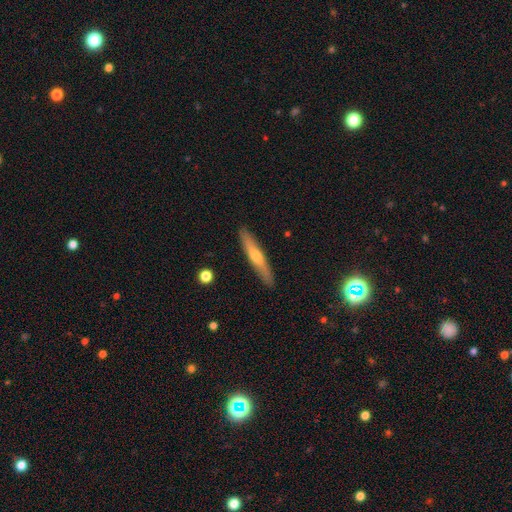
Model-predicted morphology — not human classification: A smooth galaxy with no disk features (48%).

Vote fractions:
- Smooth or featured? smooth: 48% / featured or disk: 45% / star or artifact: 6%
- Merging? none: 89% / minor disturbance: 8% / major disturbance: 2% / merger: 1%